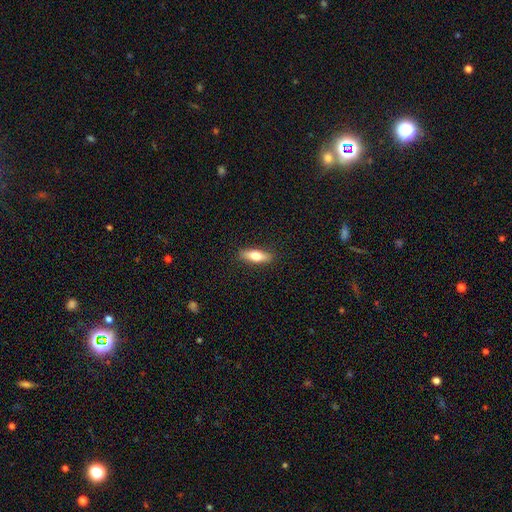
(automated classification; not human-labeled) Q: Smooth or featured?
A: smooth (68%); runner-up: featured or disk (26%)
Q: How rounded?
A: in between (53%); runner-up: cigar-shaped (44%)
Q: Merging?
A: none (88%); runner-up: minor disturbance (9%)